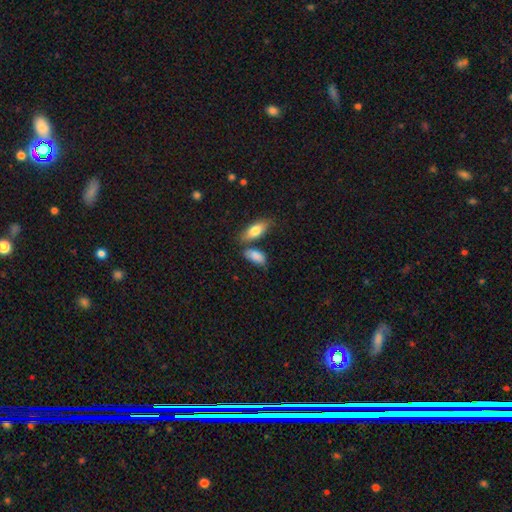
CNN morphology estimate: Smooth or featured? Predicted: smooth (p=0.85). How rounded? Predicted: in between (p=0.86). Merging? Predicted: none (p=0.56).